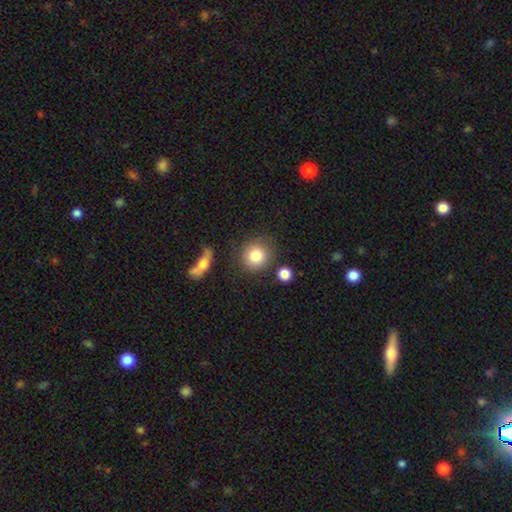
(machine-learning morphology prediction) Smooth or featured?
  - smooth: 83% *
  - star or artifact: 9%
  - featured or disk: 9%
How rounded?
  - round: 88% *
  - in between: 11%
  - cigar-shaped: 1%
Merging?
  - none: 76% *
  - minor disturbance: 12%
  - merger: 8%
  - major disturbance: 5%